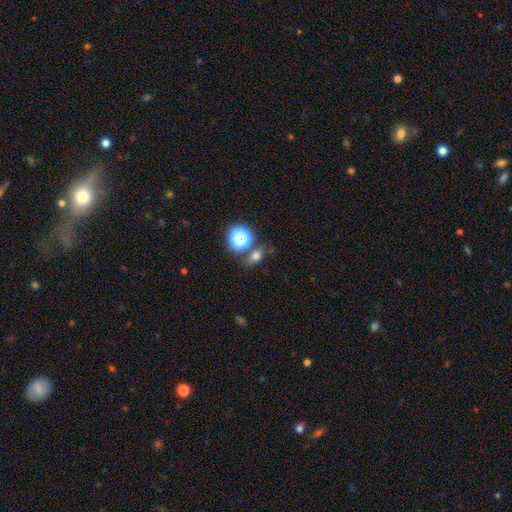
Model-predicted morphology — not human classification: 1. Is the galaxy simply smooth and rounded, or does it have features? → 66% smooth, 23% star or artifact, 11% featured or disk.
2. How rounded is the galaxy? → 57% in between, 39% round, 4% cigar-shaped.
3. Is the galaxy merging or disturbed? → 70% none, 13% minor disturbance, 12% merger, 5% major disturbance.